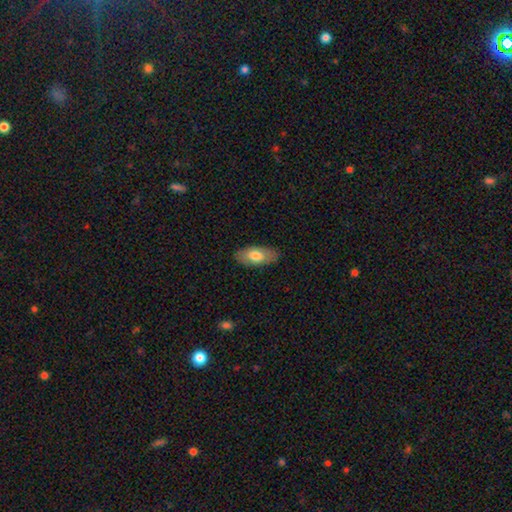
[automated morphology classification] This is likely a smooth galaxy (74%). How rounded: clearly in between (91%). Merging: clearly none (84%).